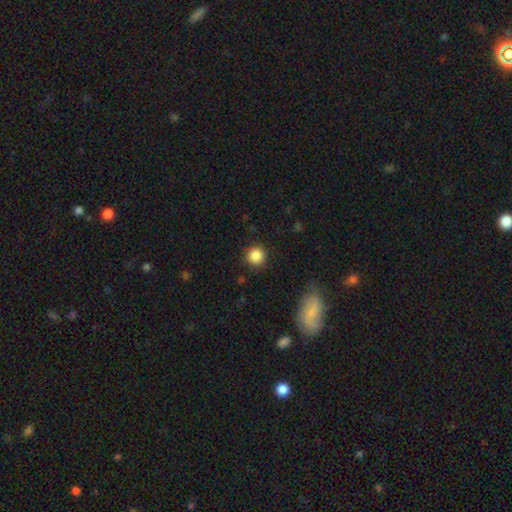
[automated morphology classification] The model was most divided on "smooth or featured": smooth: 87%, star or artifact: 10%, featured or disk: 3%. More confident: how rounded — round (94%); merging — none (89%).